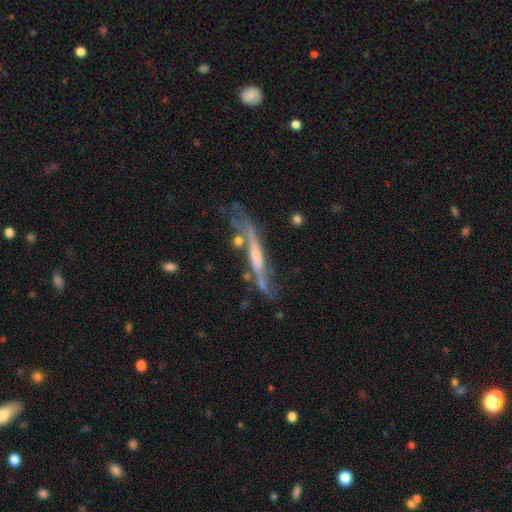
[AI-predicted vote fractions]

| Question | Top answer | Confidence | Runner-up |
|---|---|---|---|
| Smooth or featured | featured or disk | 75% | smooth (18%) |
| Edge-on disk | yes | 77% | no (23%) |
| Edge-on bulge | rounded | 53% | none (36%) |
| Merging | none | 48% | minor disturbance (25%) |